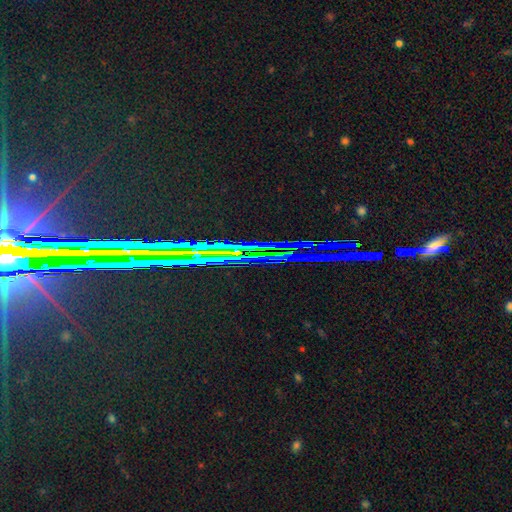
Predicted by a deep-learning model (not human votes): Smooth or featured: star or artifact — 78% (featured or disk — 12%)